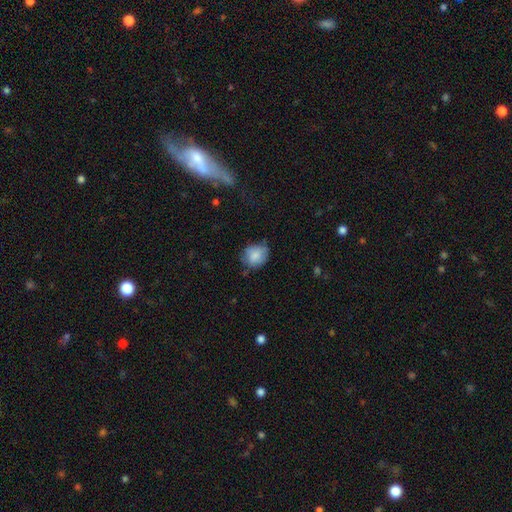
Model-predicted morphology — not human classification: Overall: smooth (79%). How rounded: round (61%; in between 38%). Merging: none (59%; minor disturbance 31%).